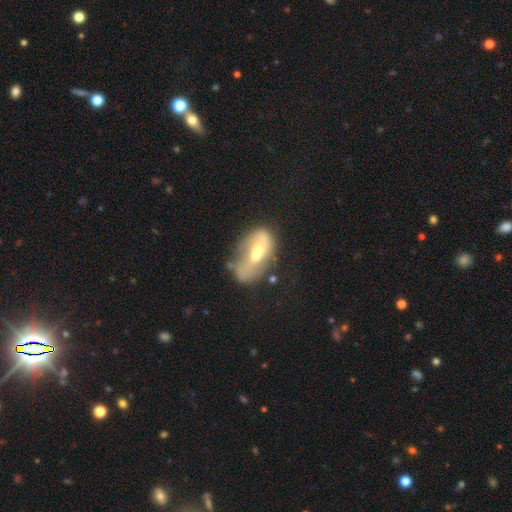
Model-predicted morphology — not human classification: Smooth or featured?
  - featured or disk: 53% *
  - smooth: 38%
  - star or artifact: 9%
Edge-on disk?
  - no: 90% *
  - yes: 10%
Merging?
  - none: 36% *
  - minor disturbance: 26%
  - major disturbance: 20%
  - merger: 18%